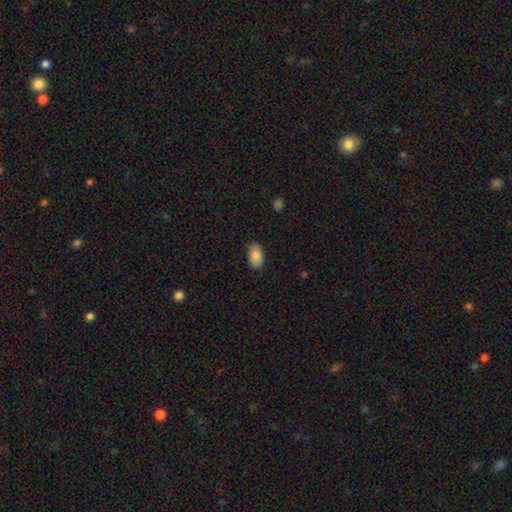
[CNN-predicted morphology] Smooth or featured? smooth (85%)
How rounded? in between (93%)
Merging? none (85%)